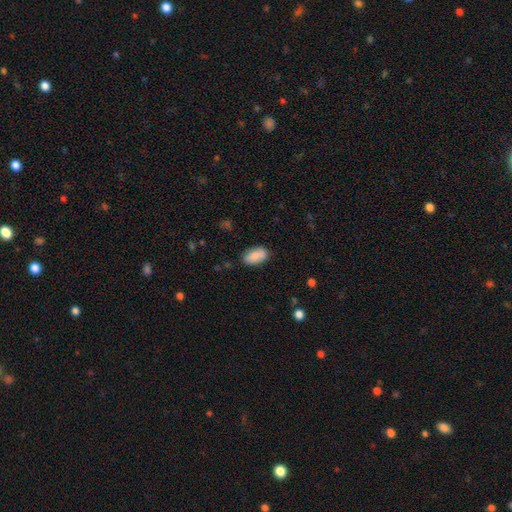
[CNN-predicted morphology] Smooth or featured: smooth — 83% (featured or disk — 10%)
How rounded: in between — 93% (round — 5%)
Merging: none — 75% (minor disturbance — 17%)